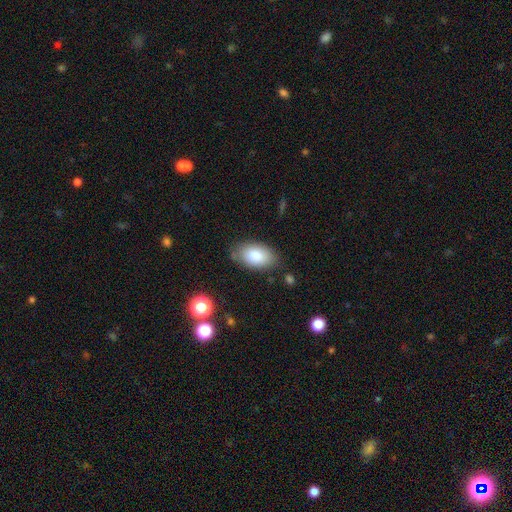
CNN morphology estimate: This appears to be a smooth galaxy with no disk features (85%) that is in between round and cigar-shaped (93%). Merging: none (78%).